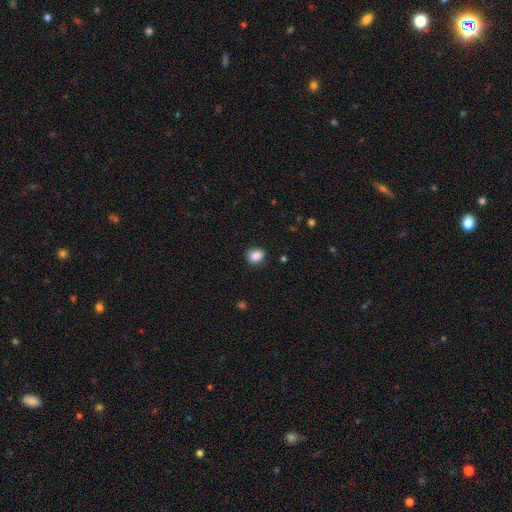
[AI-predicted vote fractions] A smooth galaxy with no disk features (87%) that is round (61%). Merging: none (87%).